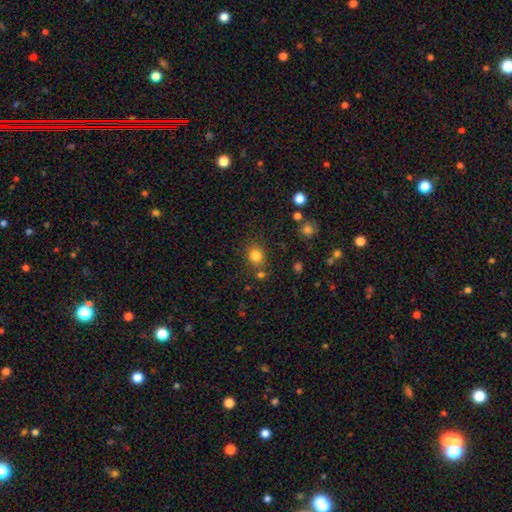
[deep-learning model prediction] Overall: smooth (82%). How rounded: round (67%; in between 32%). Merging: none (76%).